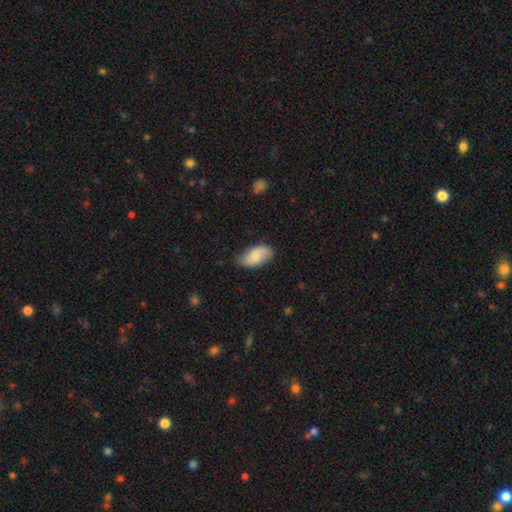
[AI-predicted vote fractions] Overall: smooth (67%). How rounded: in between (94%). Merging: none (72%).